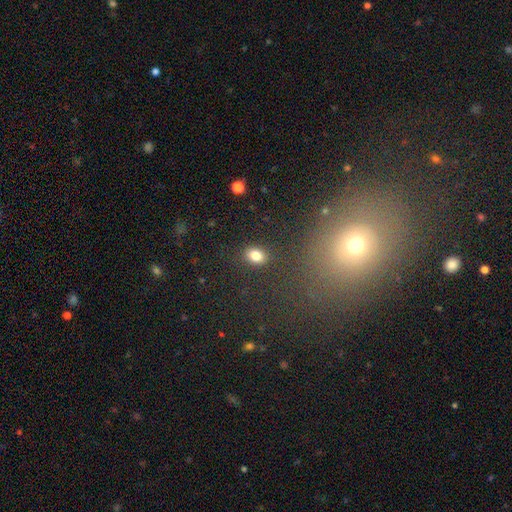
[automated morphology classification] Smooth or featured: smooth — 83% (star or artifact — 11%)
How rounded: in between — 68% (round — 30%)
Merging: none — 86% (minor disturbance — 9%)